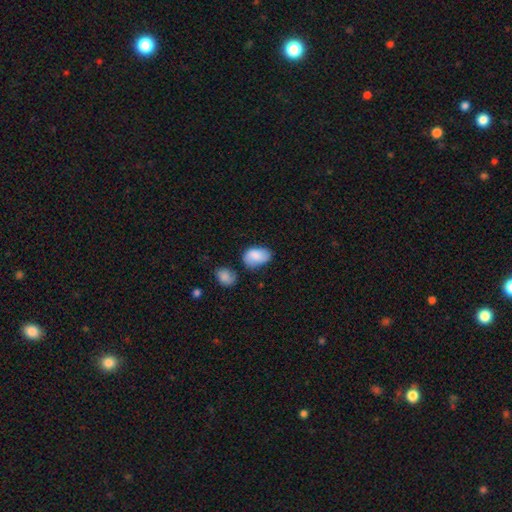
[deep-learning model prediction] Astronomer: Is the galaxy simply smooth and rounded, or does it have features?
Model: smooth — 83%.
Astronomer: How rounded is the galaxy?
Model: in between — 88%.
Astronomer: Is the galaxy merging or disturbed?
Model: none — 50% (runner-up: minor disturbance, 33%).